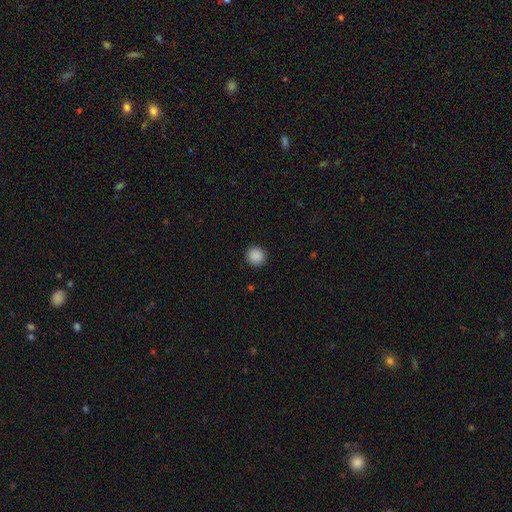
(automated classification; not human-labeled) Q: Smooth or featured?
A: smooth (89%); runner-up: star or artifact (9%)
Q: How rounded?
A: round (90%); runner-up: in between (9%)
Q: Merging?
A: none (91%); runner-up: minor disturbance (6%)